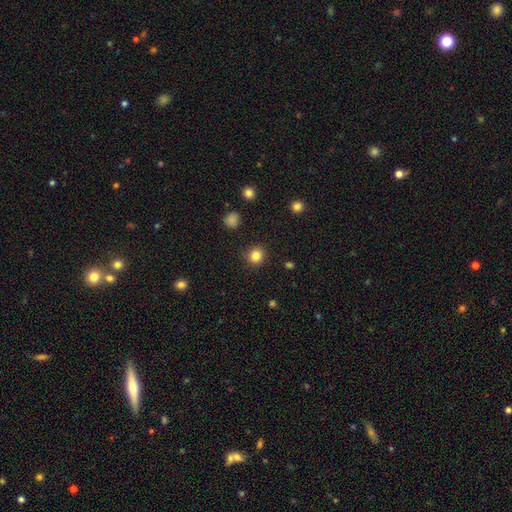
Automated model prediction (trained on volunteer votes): This is clearly a smooth galaxy (85%). How rounded: clearly round (86%). Merging: clearly none (88%).